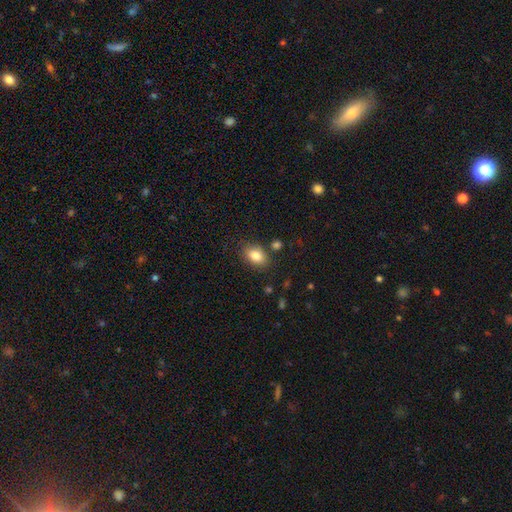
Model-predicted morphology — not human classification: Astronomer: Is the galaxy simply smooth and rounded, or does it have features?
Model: smooth — 83%.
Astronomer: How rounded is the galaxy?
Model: in between — 81%.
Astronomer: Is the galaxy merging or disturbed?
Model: none — 81%.